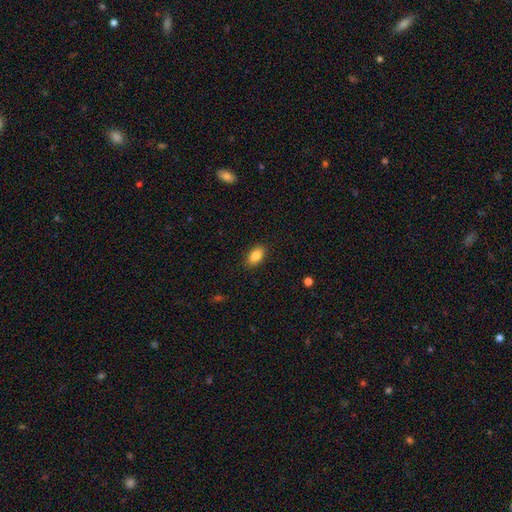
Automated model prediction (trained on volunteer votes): This appears to be a smooth galaxy with no disk features (86%) that is in between round and cigar-shaped (91%). Merging: none (88%).